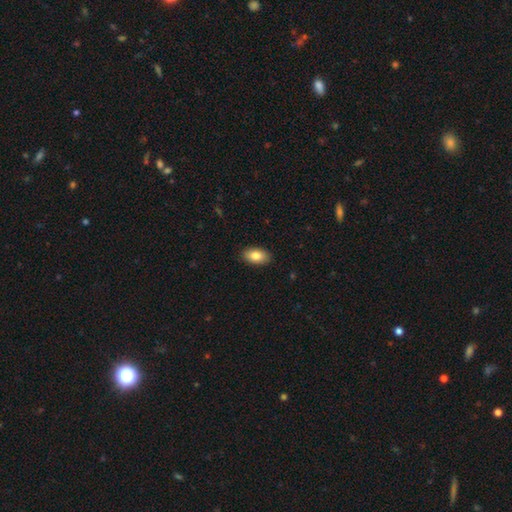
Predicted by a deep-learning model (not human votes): smooth-or-featured: smooth: 84% | featured or disk: 9% | star or artifact: 7%
  how-rounded: in between: 93% | round: 5% | cigar-shaped: 2%
  merging: none: 89% | minor disturbance: 8% | major disturbance: 2% | merger: 1%